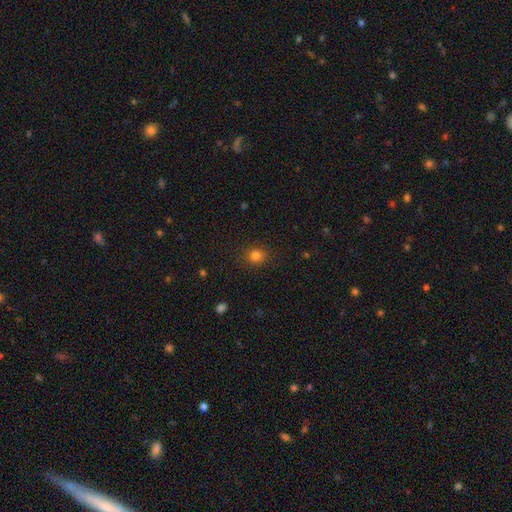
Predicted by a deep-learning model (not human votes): Morphology: type=smooth (82%); roundness=round (80%); merging=none (89%).